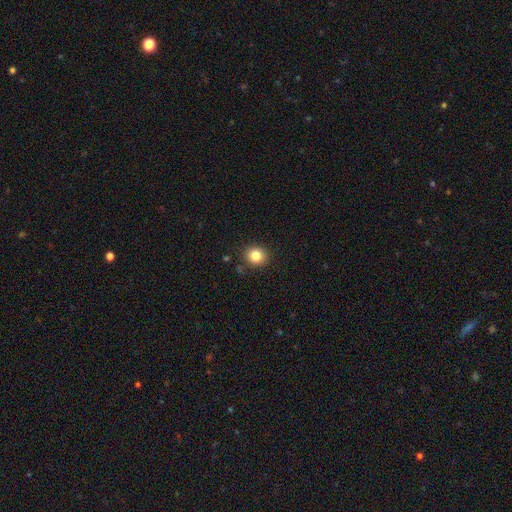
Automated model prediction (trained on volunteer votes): Smooth or featured: smooth — 83% (star or artifact — 11%)
How rounded: round — 82% (in between — 17%)
Merging: none — 88% (minor disturbance — 8%)